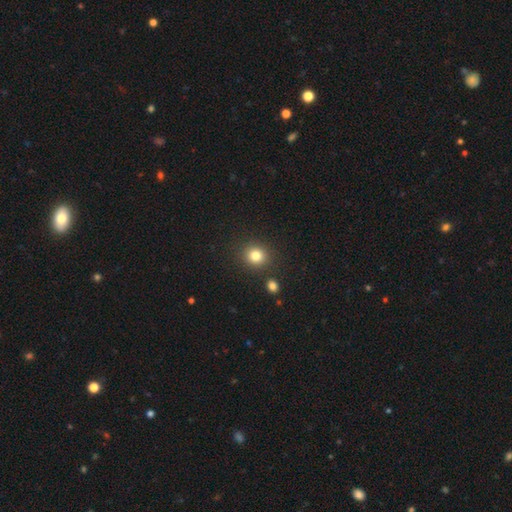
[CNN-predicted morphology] Smooth or featured? smooth (82%)
How rounded? round (83%)
Merging? none (85%)